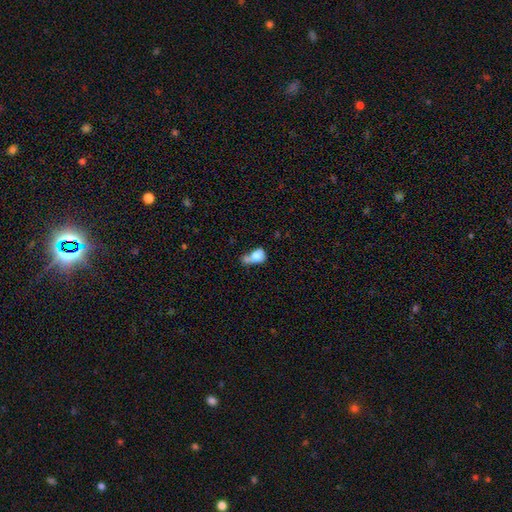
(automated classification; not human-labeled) Q: Smooth or featured?
A: smooth (72%); runner-up: featured or disk (19%)
Q: How rounded?
A: in between (67%); runner-up: round (31%)
Q: Merging?
A: merger (43%); runner-up: major disturbance (20%)